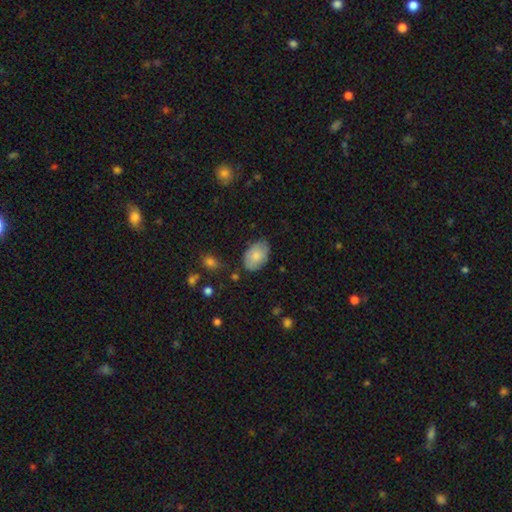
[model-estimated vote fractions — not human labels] Q: Smooth or featured?
A: smooth (80%); runner-up: featured or disk (13%)
Q: How rounded?
A: in between (88%); runner-up: round (11%)
Q: Merging?
A: none (74%); runner-up: minor disturbance (20%)